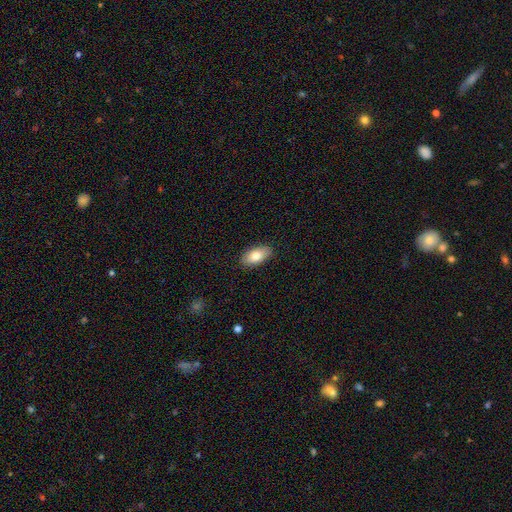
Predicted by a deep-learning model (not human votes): smooth-or-featured: smooth: 81% | featured or disk: 13% | star or artifact: 6%
  how-rounded: in between: 92% | cigar-shaped: 5% | round: 3%
  merging: none: 88% | minor disturbance: 9% | major disturbance: 2% | merger: 1%